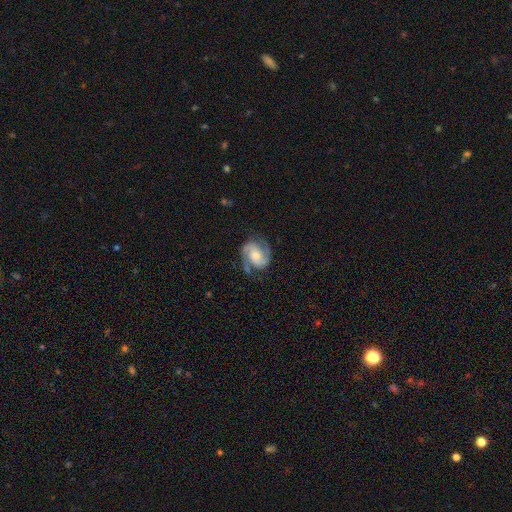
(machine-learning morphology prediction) A featured or disk galaxy (88%) with no bar (55%), 2 (91%) medium (52%) spiral arms (98%) and a moderate central bulge (50%). Merging: none (74%).